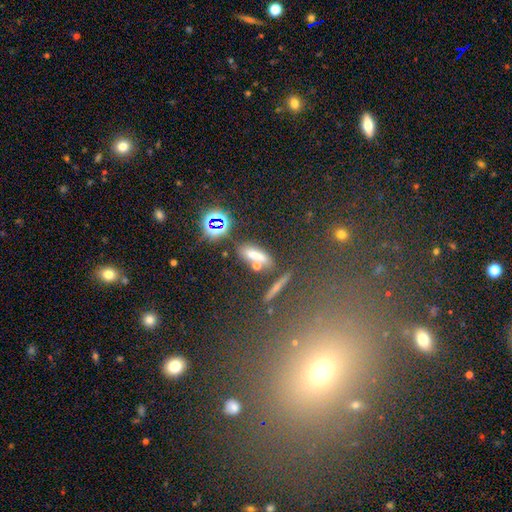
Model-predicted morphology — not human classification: smooth 62%, star or artifact 26%, featured or disk 12%. Down the decision tree: how rounded — in between (49%); merging — none (66%).